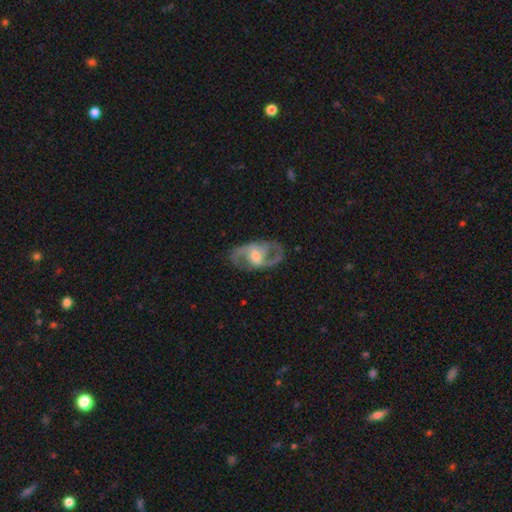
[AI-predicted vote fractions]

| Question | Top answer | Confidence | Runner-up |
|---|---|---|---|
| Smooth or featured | featured or disk | 85% | smooth (10%) |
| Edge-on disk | no | 95% | yes (5%) |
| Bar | weak | 46% | no (29%) |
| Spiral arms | yes | 91% | no (9%) |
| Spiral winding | medium | 56% | loose (26%) |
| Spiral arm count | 2 | 87% | can't tell (6%) |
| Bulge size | moderate | 55% | small (34%) |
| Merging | none | 78% | minor disturbance (13%) |